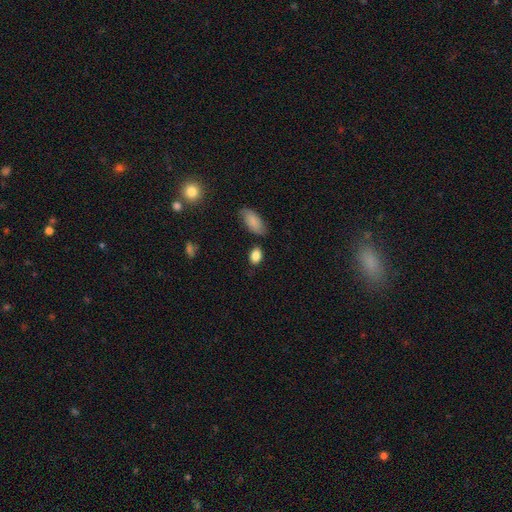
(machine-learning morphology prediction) This is clearly a smooth galaxy (86%). How rounded: clearly in between (82%). Merging: likely none (73%).